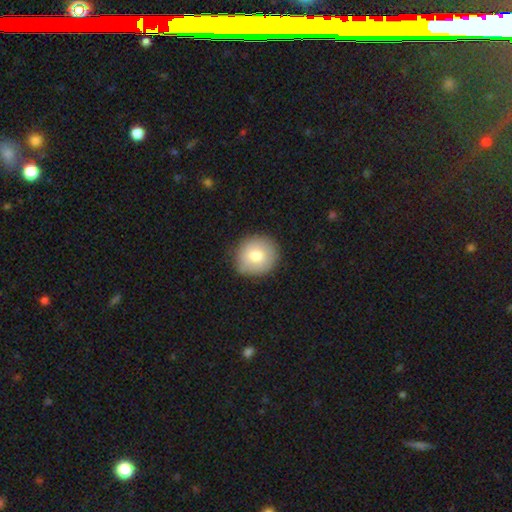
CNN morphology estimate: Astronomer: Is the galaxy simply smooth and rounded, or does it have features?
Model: smooth — 78%.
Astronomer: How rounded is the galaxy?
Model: round — 88%.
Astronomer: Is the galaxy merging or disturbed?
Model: none — 83%.